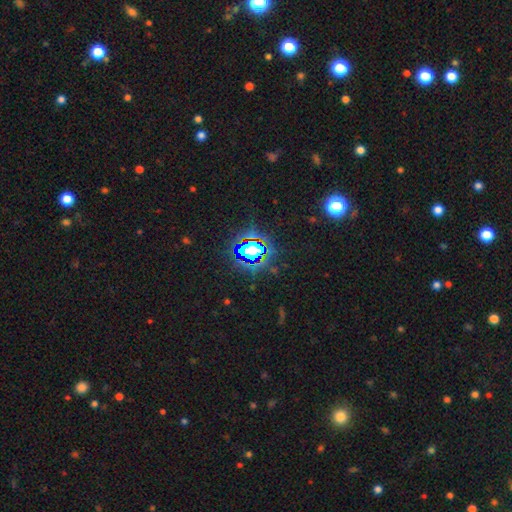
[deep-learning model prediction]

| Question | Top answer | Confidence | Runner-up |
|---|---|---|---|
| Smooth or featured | star or artifact | 69% | smooth (20%) |